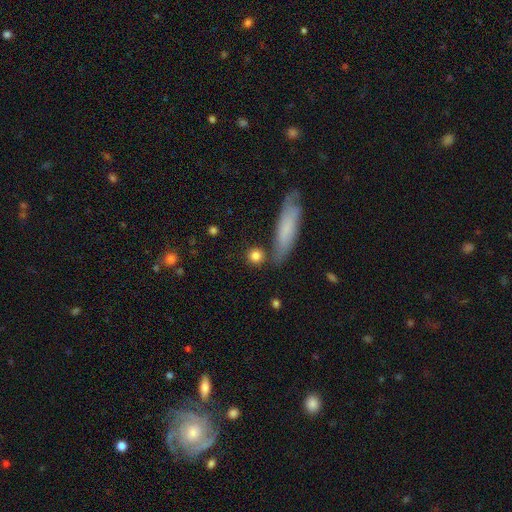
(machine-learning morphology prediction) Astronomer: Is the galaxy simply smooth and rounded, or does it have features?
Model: smooth — 83%.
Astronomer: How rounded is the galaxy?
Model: round — 81%.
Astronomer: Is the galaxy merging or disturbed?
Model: none — 77%.